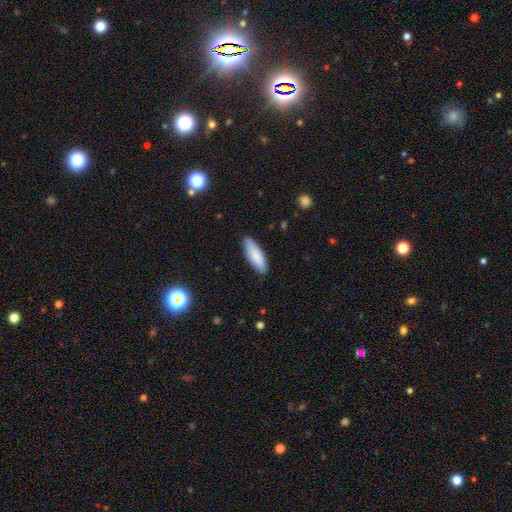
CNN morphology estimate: This appears to be a smooth galaxy with no disk features (84%) that is in between round and cigar-shaped (62%). Merging: none (86%).